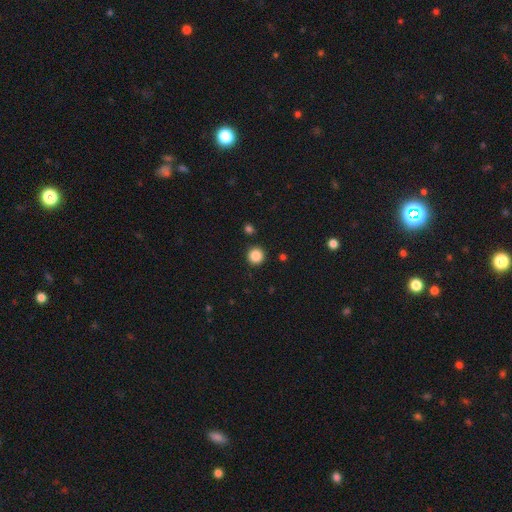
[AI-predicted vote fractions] A smooth galaxy with no disk features (86%) that is round (95%). Merging: none (92%).